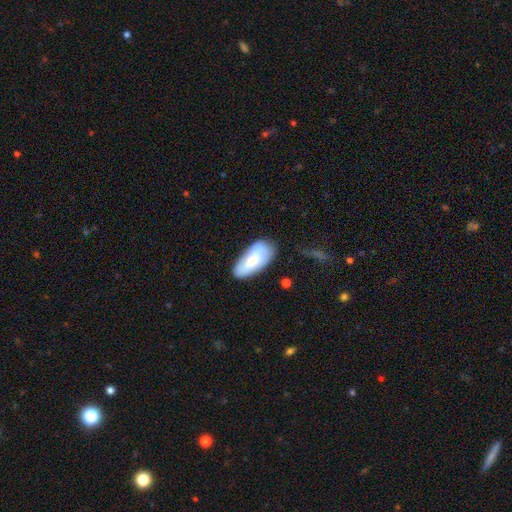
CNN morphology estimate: smooth 66%, featured or disk 28%, star or artifact 6%. Down the decision tree: how rounded — in between (89%); merging — none (62%).